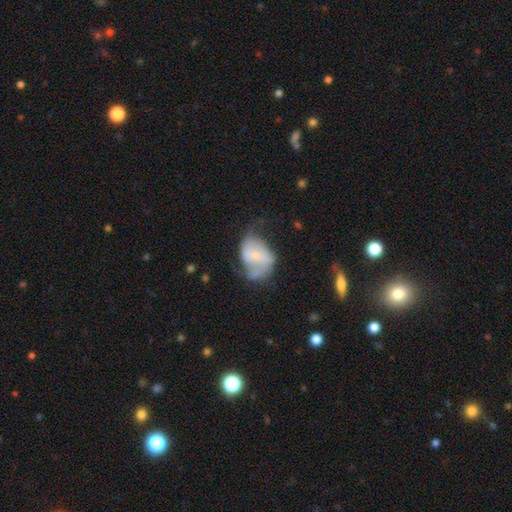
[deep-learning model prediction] Smooth or featured? Predicted: featured or disk (p=0.58). Edge-on disk? Predicted: no (p=0.97). Bar? Predicted: no (p=0.52). Spiral arms? Predicted: yes (p=0.74). Bulge size? Predicted: small (p=0.59). Merging? Predicted: none (p=0.34).